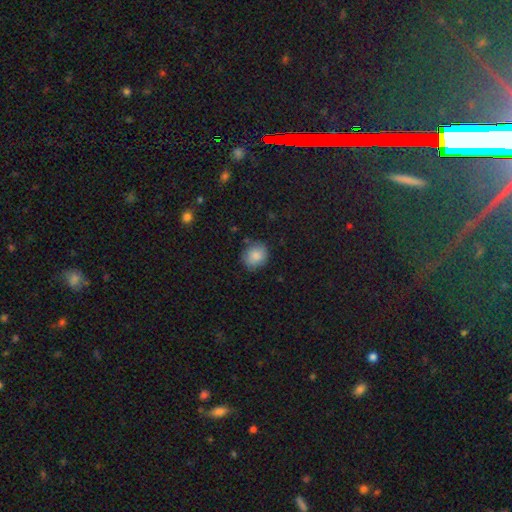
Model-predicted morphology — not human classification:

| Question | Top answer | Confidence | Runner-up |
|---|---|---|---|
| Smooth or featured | smooth | 86% | star or artifact (8%) |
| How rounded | round | 73% | in between (26%) |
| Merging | none | 80% | minor disturbance (15%) |